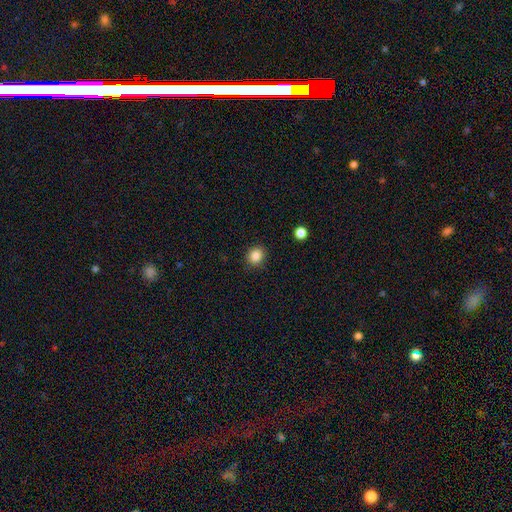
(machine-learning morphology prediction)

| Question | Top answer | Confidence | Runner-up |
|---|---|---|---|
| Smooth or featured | smooth | 86% | star or artifact (11%) |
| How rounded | round | 78% | in between (21%) |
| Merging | none | 90% | minor disturbance (7%) |